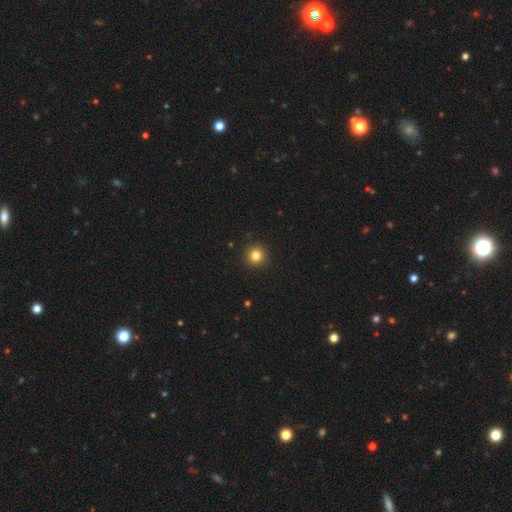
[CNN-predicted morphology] smooth 82%, star or artifact 12%, featured or disk 6%. Down the decision tree: how rounded — round (95%); merging — none (93%).